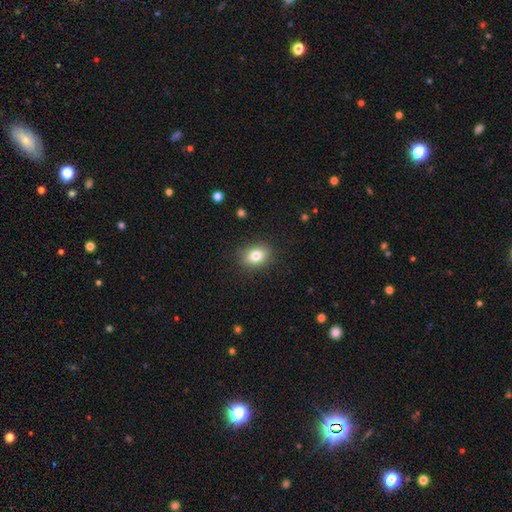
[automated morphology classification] Smooth or featured? Predicted: smooth (p=0.79). How rounded? Predicted: in between (p=0.67). Merging? Predicted: none (p=0.87).